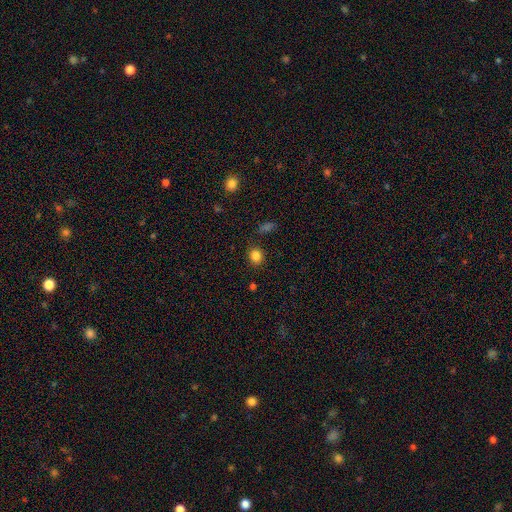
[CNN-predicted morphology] The model was most divided on "how rounded": round: 71%, in between: 28%, cigar-shaped: 1%. More confident: merging — none (86%); smooth or featured — smooth (84%).